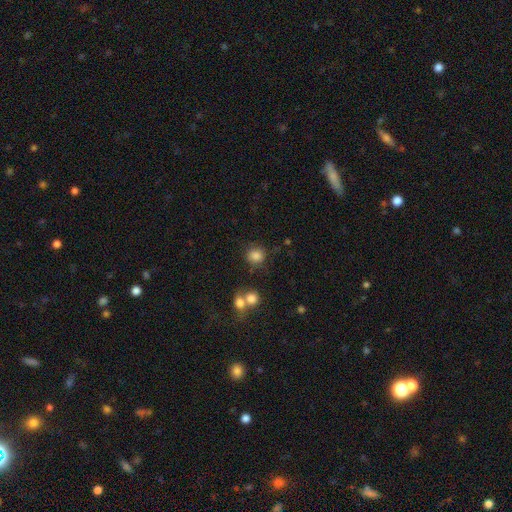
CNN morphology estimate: smooth 83%, star or artifact 11%, featured or disk 5%. Down the decision tree: how rounded — round (82%); merging — none (74%).